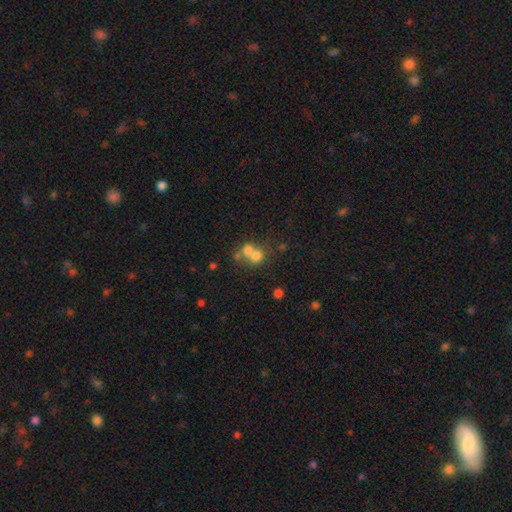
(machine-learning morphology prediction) Q: Smooth or featured?
A: smooth (66%); runner-up: featured or disk (20%)
Q: How rounded?
A: round (70%); runner-up: in between (29%)
Q: Merging?
A: merger (60%); runner-up: none (29%)